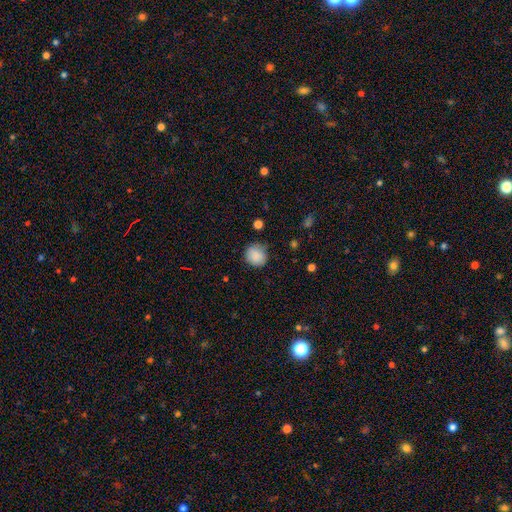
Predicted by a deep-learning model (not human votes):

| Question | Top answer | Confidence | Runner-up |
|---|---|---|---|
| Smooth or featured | smooth | 88% | star or artifact (8%) |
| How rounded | round | 88% | in between (11%) |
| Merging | none | 79% | minor disturbance (16%) |